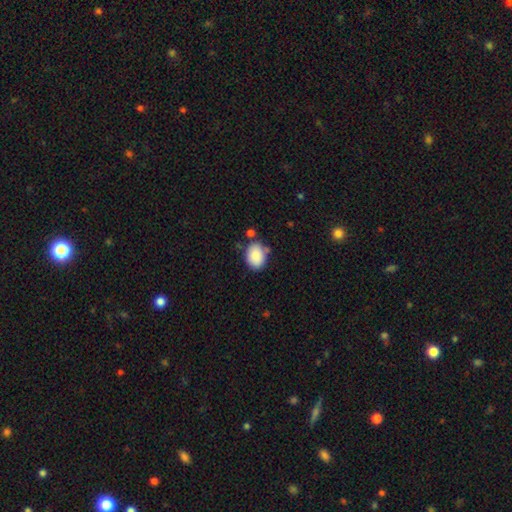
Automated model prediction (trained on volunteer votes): This is clearly a smooth galaxy (87%). How rounded: likely in between (71%). Merging: likely none (67%).